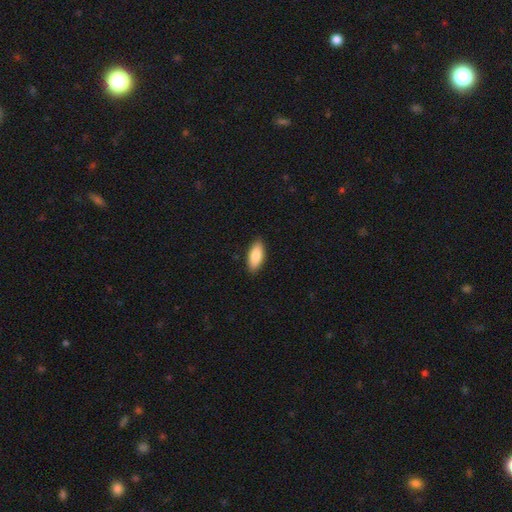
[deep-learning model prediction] Q: Smooth or featured?
A: smooth (86%); runner-up: featured or disk (8%)
Q: How rounded?
A: in between (84%); runner-up: cigar-shaped (14%)
Q: Merging?
A: none (89%); runner-up: minor disturbance (8%)